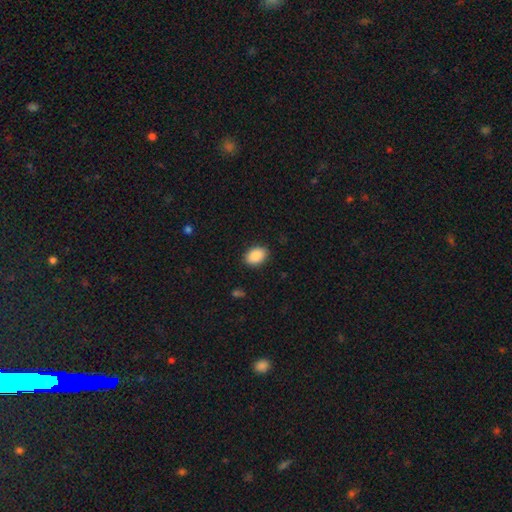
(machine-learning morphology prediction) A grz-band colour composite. It shows a smooth galaxy with no disk features (90%) that is in between round and cigar-shaped (82%). Merging: none (88%).